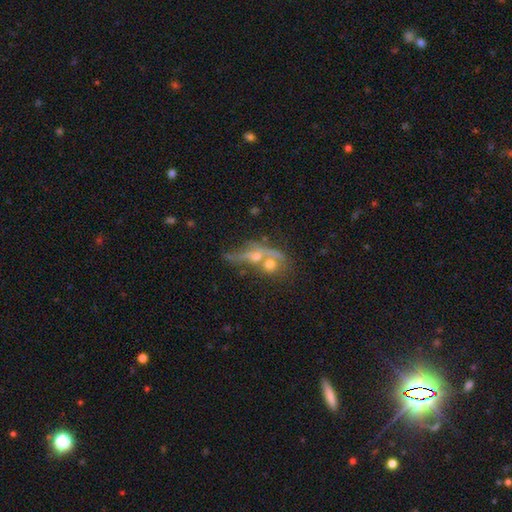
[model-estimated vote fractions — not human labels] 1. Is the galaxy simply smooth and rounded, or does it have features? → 47% featured or disk, 40% smooth, 13% star or artifact.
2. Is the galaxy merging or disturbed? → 54% merger, 23% none, 13% major disturbance, 11% minor disturbance.